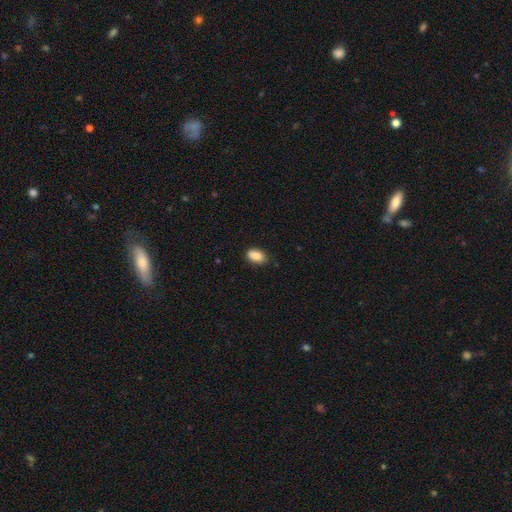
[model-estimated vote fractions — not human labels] smooth-or-featured: smooth: 89% | star or artifact: 7% | featured or disk: 4%
  how-rounded: in between: 91% | round: 7% | cigar-shaped: 2%
  merging: none: 81% | minor disturbance: 16% | major disturbance: 2% | merger: 1%